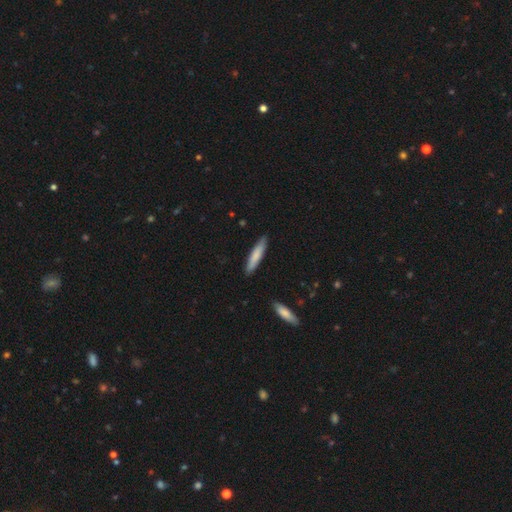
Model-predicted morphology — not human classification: A smooth galaxy with no disk features (78%) that is cigar-shaped (87%).

Vote fractions:
- Smooth or featured? smooth: 78% / featured or disk: 17% / star or artifact: 5%
- How rounded? cigar-shaped: 87% / in between: 12% / round: 1%
- Merging? none: 88% / minor disturbance: 9% / major disturbance: 2% / merger: 1%